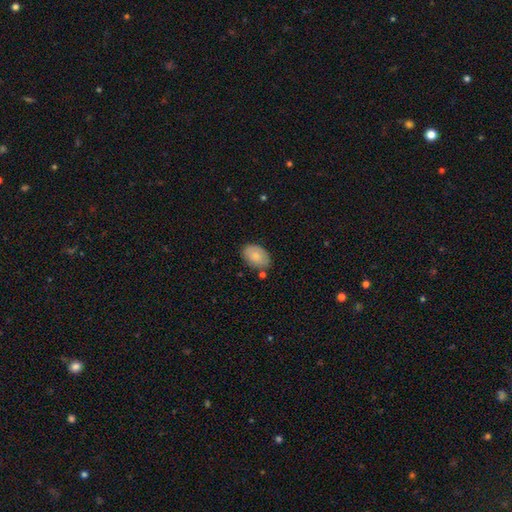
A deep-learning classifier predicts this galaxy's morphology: Overall: smooth (79%). How rounded: in between (89%). Merging: none (76%).